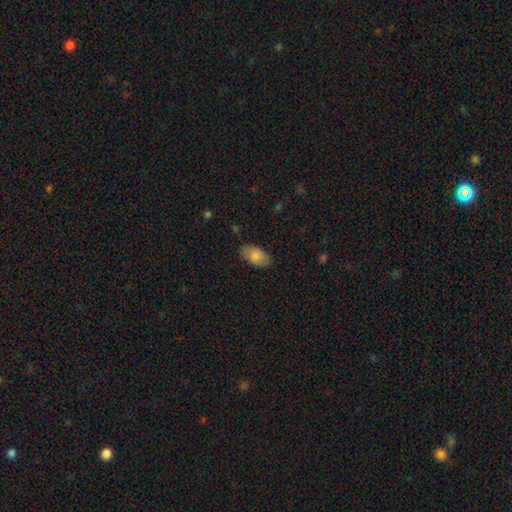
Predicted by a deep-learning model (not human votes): Smooth or featured?
  - smooth: 84% *
  - featured or disk: 9%
  - star or artifact: 7%
How rounded?
  - in between: 94% *
  - round: 3%
  - cigar-shaped: 3%
Merging?
  - none: 82% *
  - minor disturbance: 14%
  - major disturbance: 3%
  - merger: 1%